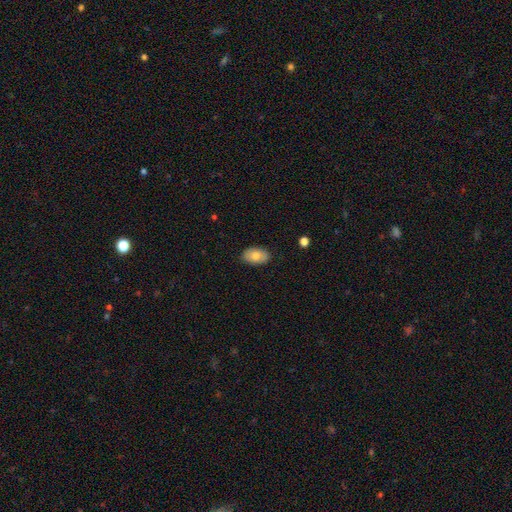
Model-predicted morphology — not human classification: Overall: smooth (79%). How rounded: in between (91%). Merging: none (85%).